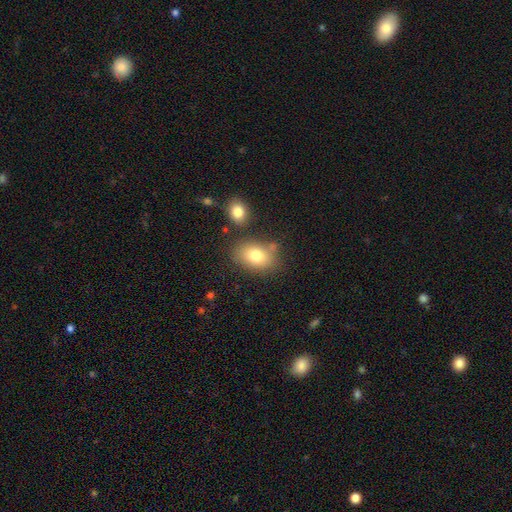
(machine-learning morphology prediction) smooth 79%, featured or disk 12%, star or artifact 9%. Down the decision tree: how rounded — in between (79%); merging — none (71%).